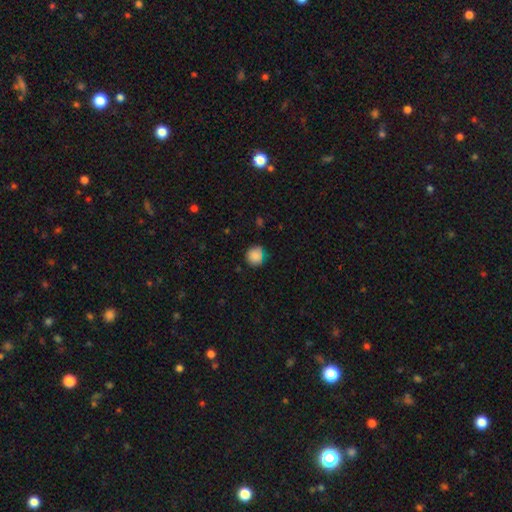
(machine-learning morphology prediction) This is clearly a smooth galaxy (86%). How rounded: clearly round (90%). Merging: likely none (76%).